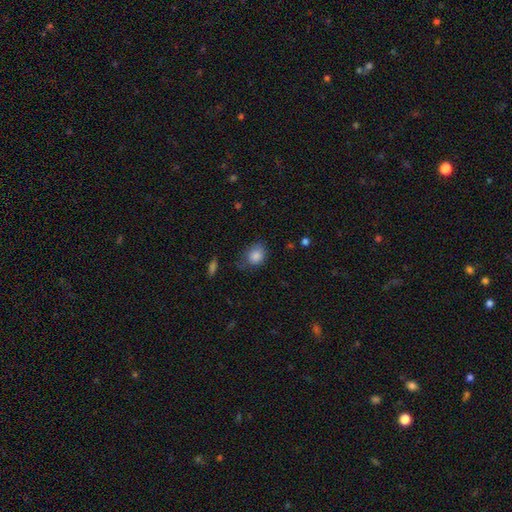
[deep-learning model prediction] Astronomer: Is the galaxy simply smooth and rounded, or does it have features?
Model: smooth — 85%.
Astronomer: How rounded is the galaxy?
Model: in between — 53% (runner-up: round, 46%).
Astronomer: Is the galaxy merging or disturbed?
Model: none — 64%.